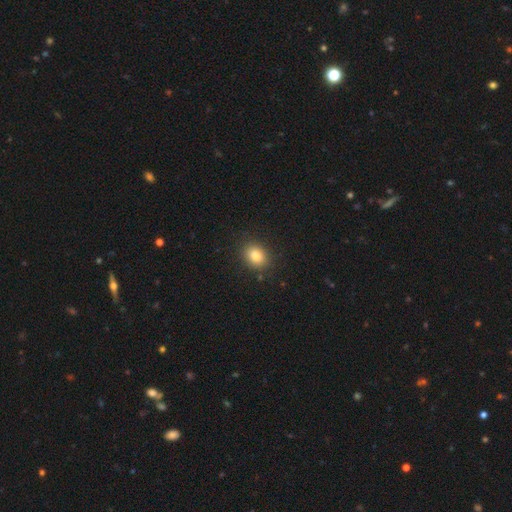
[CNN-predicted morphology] A smooth galaxy with no disk features (83%) that is in between round and cigar-shaped (50%). Merging: none (87%).